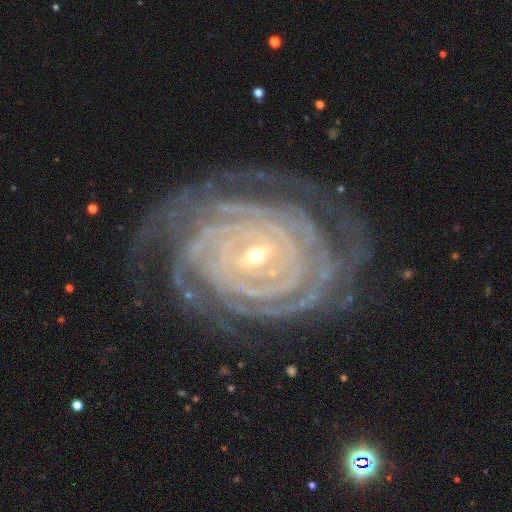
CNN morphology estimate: Smooth or featured? Predicted: featured or disk (p=0.92). Edge-on disk? Predicted: no (p=0.97). Bar? Predicted: no (p=0.37). Spiral arms? Predicted: yes (p=0.99). Spiral winding? Predicted: tight (p=0.90). Spiral arm count? Predicted: more than 4 (p=0.25). Bulge size? Predicted: small (p=0.67). Merging? Predicted: none (p=0.78).